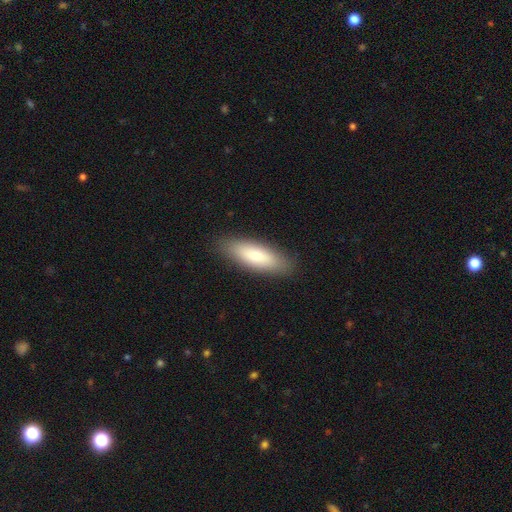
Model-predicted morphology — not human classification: A smooth galaxy with no disk features (74%) that is in between round and cigar-shaped (64%). Merging: none (88%).